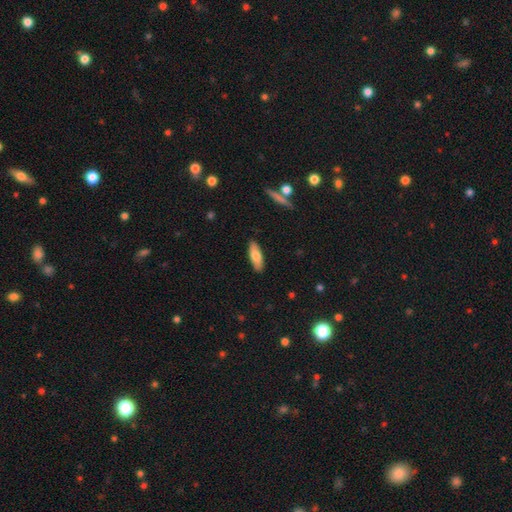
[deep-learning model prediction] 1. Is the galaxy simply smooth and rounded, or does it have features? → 76% smooth, 18% featured or disk, 6% star or artifact.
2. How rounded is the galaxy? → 58% in between, 40% cigar-shaped, 2% round.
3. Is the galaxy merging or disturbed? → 88% none, 9% minor disturbance, 2% major disturbance, 1% merger.